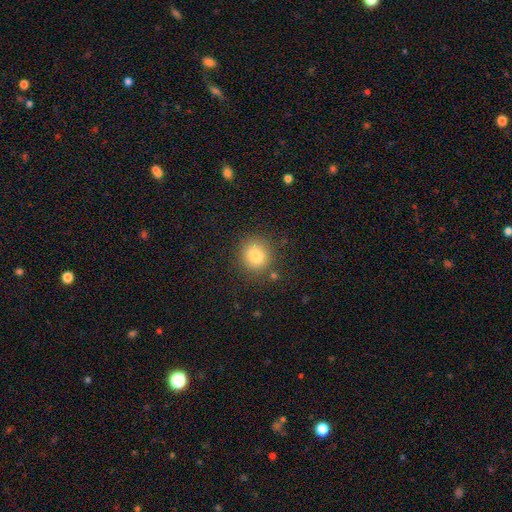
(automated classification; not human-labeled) Smooth or featured? smooth (83%)
How rounded? round (88%)
Merging? none (85%)